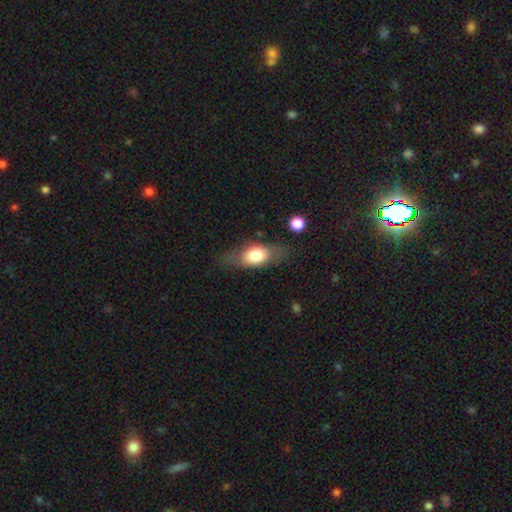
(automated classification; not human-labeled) The model was most divided on "smooth or featured": smooth: 64%, featured or disk: 29%, star or artifact: 7%. More confident: how rounded — in between (75%); merging — none (71%).